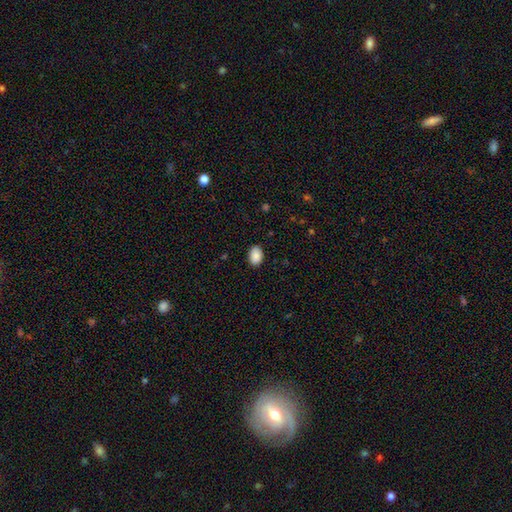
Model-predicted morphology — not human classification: Smooth or featured?
  - smooth: 90% *
  - star or artifact: 7%
  - featured or disk: 3%
How rounded?
  - in between: 86% *
  - round: 13%
  - cigar-shaped: 1%
Merging?
  - none: 89% *
  - minor disturbance: 8%
  - major disturbance: 2%
  - merger: 1%